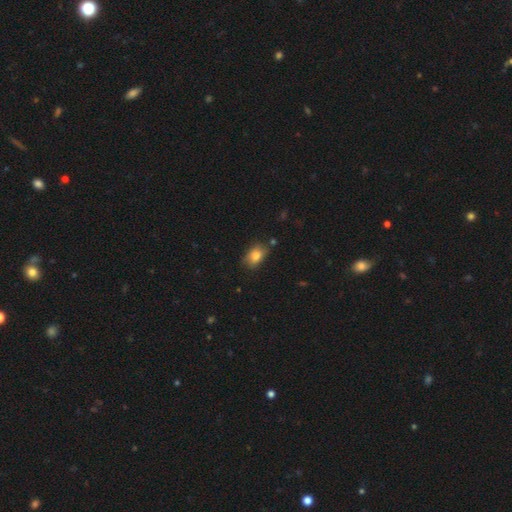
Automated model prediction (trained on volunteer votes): Smooth or featured? Predicted: smooth (p=0.80). How rounded? Predicted: in between (p=0.82). Merging? Predicted: none (p=0.69).